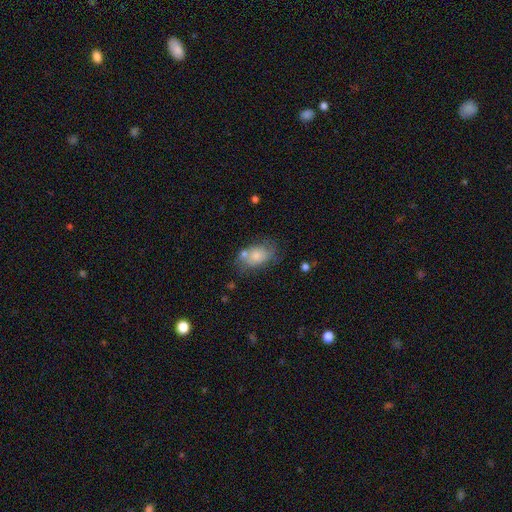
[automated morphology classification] Smooth or featured: smooth — 69% (featured or disk — 22%)
How rounded: in between — 85% (round — 13%)
Merging: none — 48% (minor disturbance — 26%)